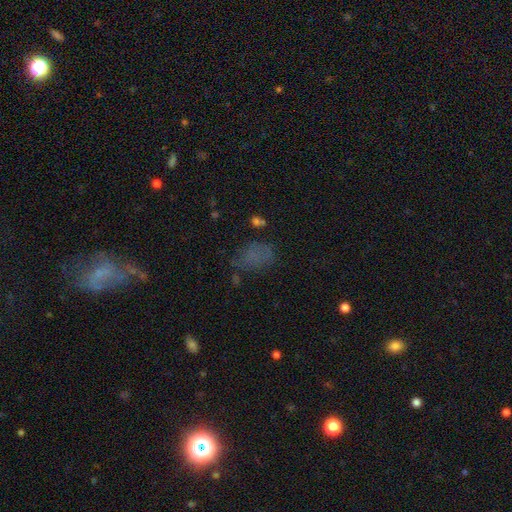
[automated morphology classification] The model was most divided on "merging": none: 56%, minor disturbance: 22%, major disturbance: 17%, merger: 5%. More confident: how rounded — in between (78%); smooth or featured — smooth (60%).